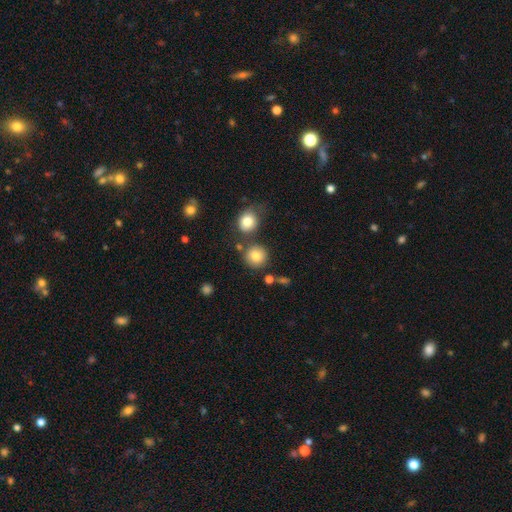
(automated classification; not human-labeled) Overall: smooth (82%). How rounded: round (90%). Merging: none (76%).